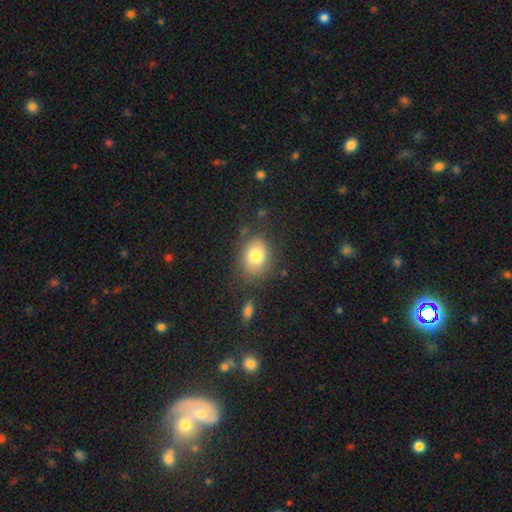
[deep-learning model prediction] The model was most divided on "how rounded": in between: 53%, round: 46%, cigar-shaped: 1%. More confident: smooth or featured — smooth (81%); merging — none (76%).